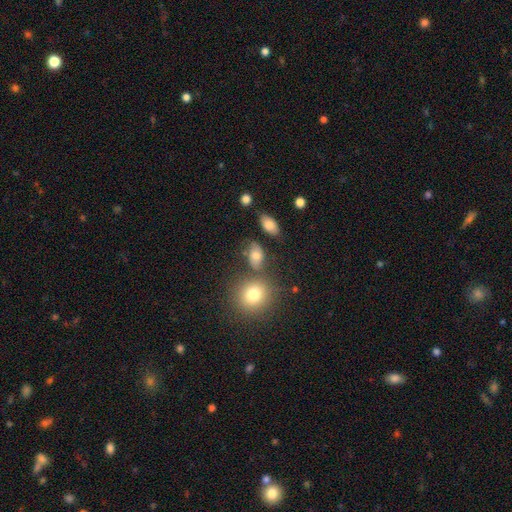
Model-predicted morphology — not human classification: Smooth or featured?
  - smooth: 73% *
  - featured or disk: 15%
  - star or artifact: 12%
How rounded?
  - in between: 76% *
  - round: 21%
  - cigar-shaped: 2%
Merging?
  - none: 66% *
  - minor disturbance: 17%
  - merger: 11%
  - major disturbance: 7%